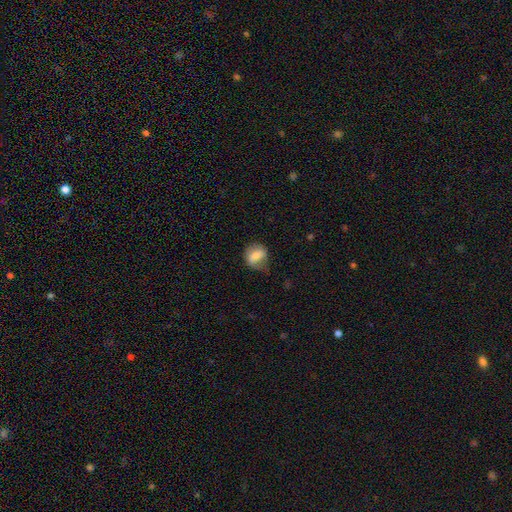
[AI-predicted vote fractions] This appears to be a smooth galaxy with no disk features (67%) that is round (55%). Merging: none (57%).